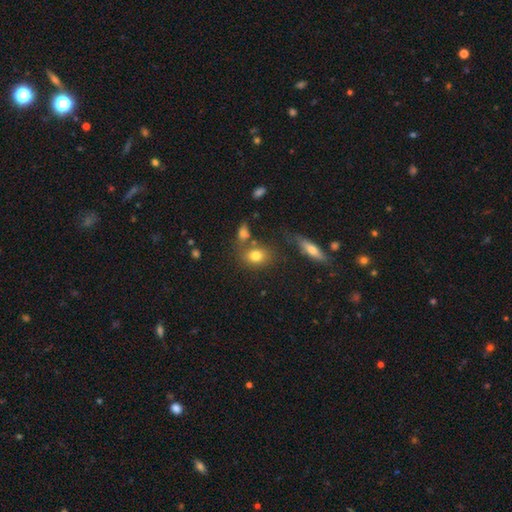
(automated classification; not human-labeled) Smooth or featured? Predicted: smooth (p=0.78). How rounded? Predicted: in between (p=0.58). Merging? Predicted: none (p=0.62).